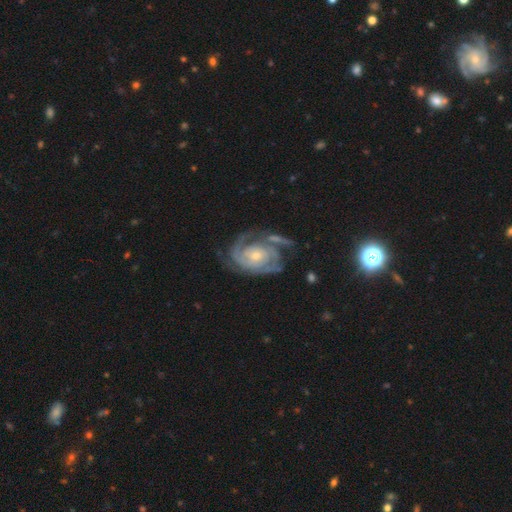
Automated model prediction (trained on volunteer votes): Q: Smooth or featured?
A: featured or disk (90%); runner-up: smooth (6%)
Q: Edge-on disk?
A: no (97%); runner-up: yes (3%)
Q: Bar?
A: no (72%); runner-up: weak (22%)
Q: Spiral arms?
A: yes (97%); runner-up: no (3%)
Q: Spiral winding?
A: tight (68%); runner-up: medium (27%)
Q: Spiral arm count?
A: 2 (35%); runner-up: 3 (27%)
Q: Bulge size?
A: small (60%); runner-up: moderate (35%)
Q: Merging?
A: none (56%); runner-up: minor disturbance (21%)